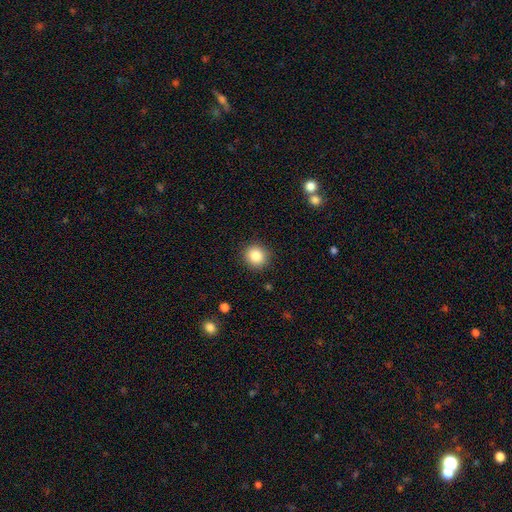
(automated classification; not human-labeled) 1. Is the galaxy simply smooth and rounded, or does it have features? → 85% smooth, 10% star or artifact, 5% featured or disk.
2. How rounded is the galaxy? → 89% round, 10% in between, 1% cigar-shaped.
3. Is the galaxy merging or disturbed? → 90% none, 7% minor disturbance, 2% major disturbance, 1% merger.